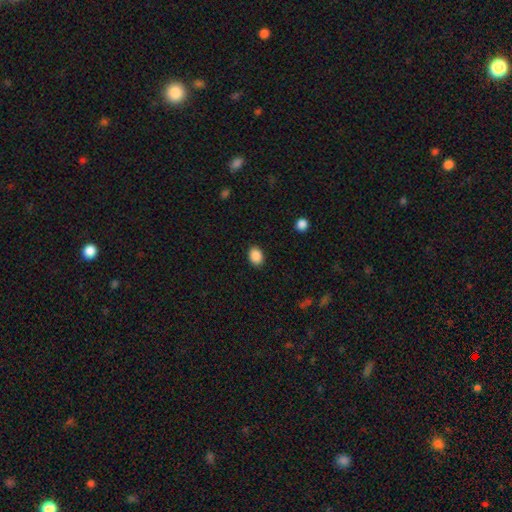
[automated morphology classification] This appears to be a smooth galaxy with no disk features (89%) that is in between round and cigar-shaped (67%). Merging: none (89%).